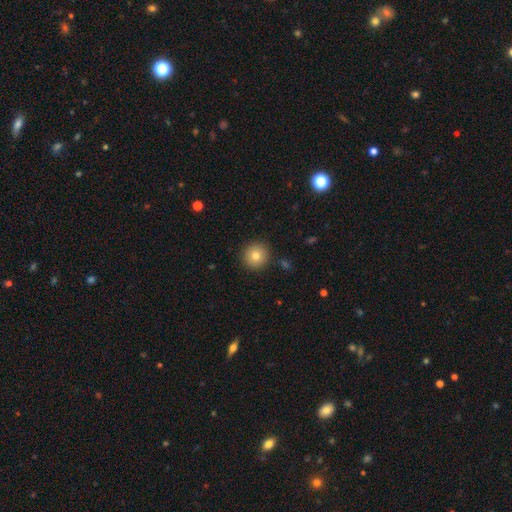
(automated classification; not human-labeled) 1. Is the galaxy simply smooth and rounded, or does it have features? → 80% smooth, 10% star or artifact, 10% featured or disk.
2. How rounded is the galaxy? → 94% round, 5% in between, 1% cigar-shaped.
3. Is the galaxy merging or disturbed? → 90% none, 6% minor disturbance, 2% major disturbance, 2% merger.